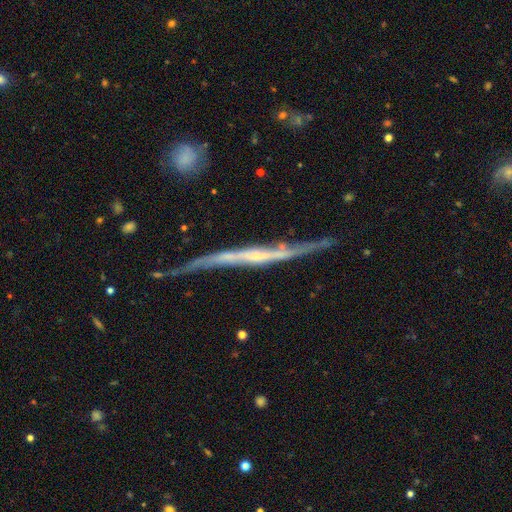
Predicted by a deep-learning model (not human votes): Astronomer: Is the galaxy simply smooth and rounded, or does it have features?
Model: featured or disk — 80%.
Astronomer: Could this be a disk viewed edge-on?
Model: yes — 88%.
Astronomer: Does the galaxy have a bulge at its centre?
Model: none — 62%.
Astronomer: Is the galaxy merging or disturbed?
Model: none — 59%.